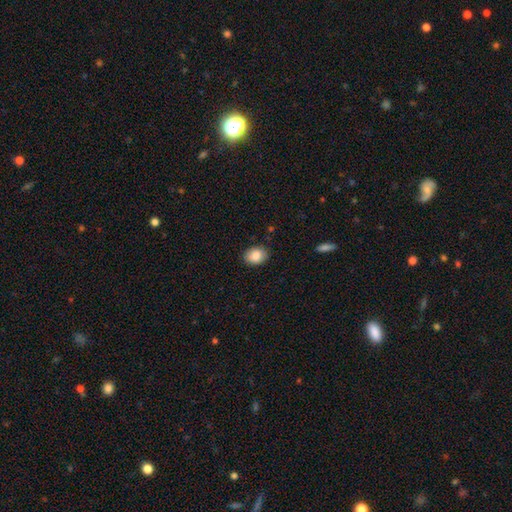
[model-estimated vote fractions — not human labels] smooth 87%, star or artifact 8%, featured or disk 6%. Down the decision tree: how rounded — in between (64%); merging — none (87%).